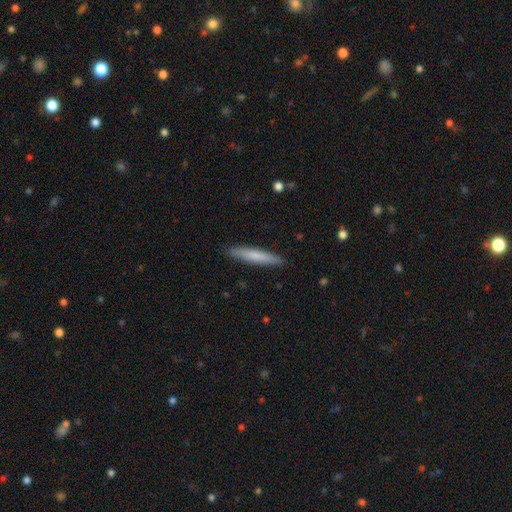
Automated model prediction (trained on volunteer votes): Morphology: type=smooth (71%); roundness=cigar-shaped (94%); merging=none (90%).